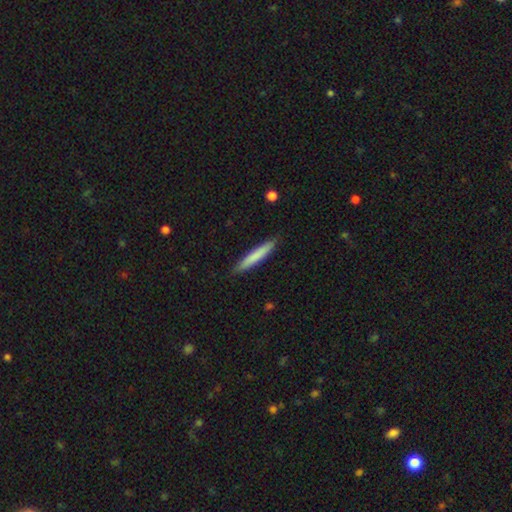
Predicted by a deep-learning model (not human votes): This is likely a smooth galaxy (77%). How rounded: clearly cigar-shaped (94%). Merging: clearly none (88%).